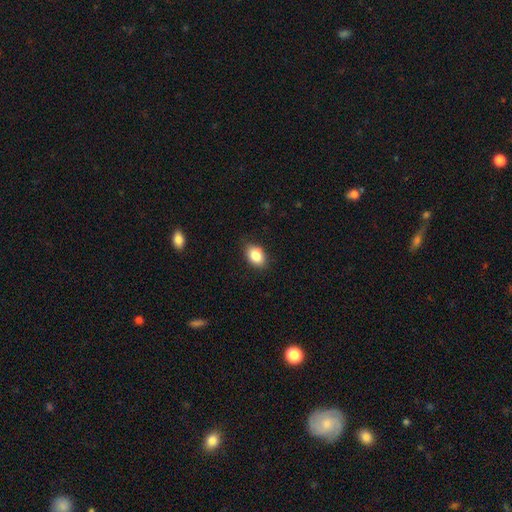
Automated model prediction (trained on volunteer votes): Morphology: type=smooth (84%); roundness=in between (81%); merging=none (82%).